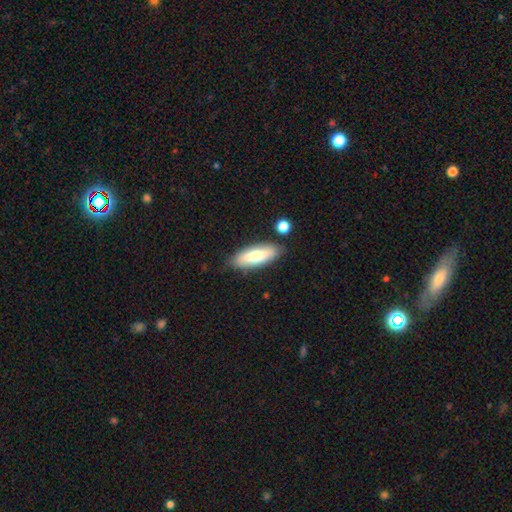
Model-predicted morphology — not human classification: The model was most divided on "how rounded": in between: 58%, cigar-shaped: 40%, round: 2%. More confident: merging — none (81%); smooth or featured — smooth (68%).